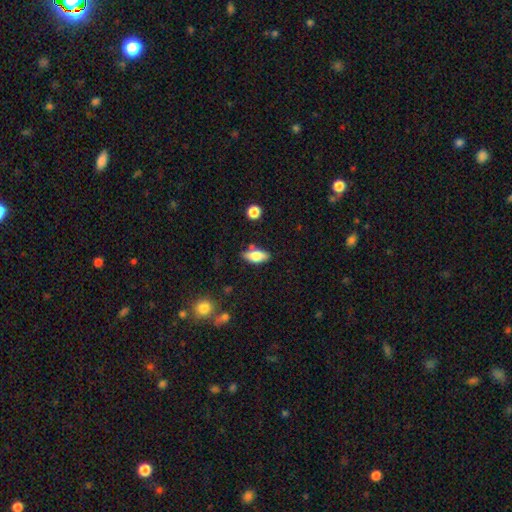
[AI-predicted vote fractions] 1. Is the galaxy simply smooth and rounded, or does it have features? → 74% smooth, 19% featured or disk, 7% star or artifact.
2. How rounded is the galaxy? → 85% in between, 12% cigar-shaped, 3% round.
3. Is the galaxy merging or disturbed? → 77% none, 15% minor disturbance, 5% merger, 3% major disturbance.